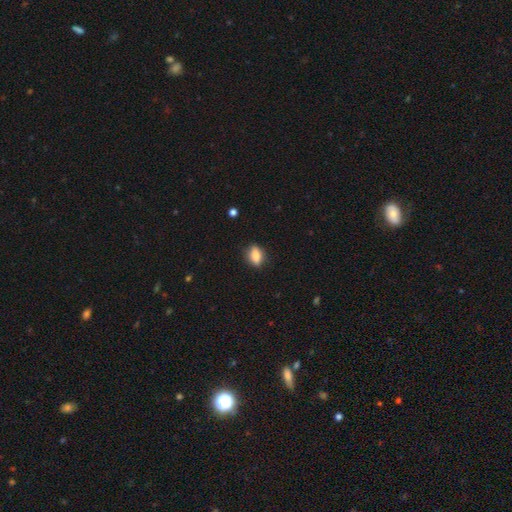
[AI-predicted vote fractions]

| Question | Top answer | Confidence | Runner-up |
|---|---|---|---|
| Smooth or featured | smooth | 81% | featured or disk (11%) |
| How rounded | in between | 75% | round (17%) |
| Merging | none | 83% | minor disturbance (13%) |